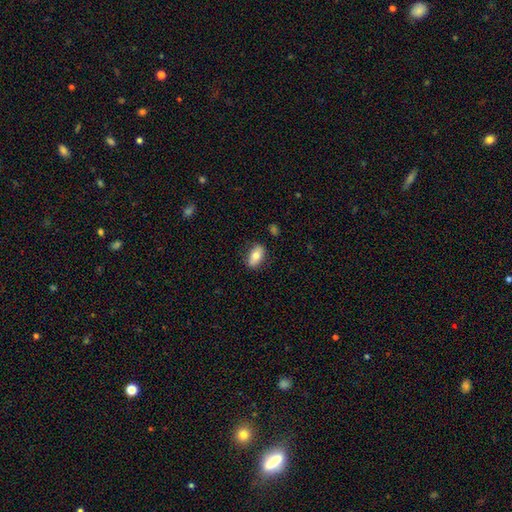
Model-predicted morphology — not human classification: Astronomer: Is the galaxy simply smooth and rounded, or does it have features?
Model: smooth — 73%.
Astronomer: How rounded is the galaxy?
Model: in between — 89%.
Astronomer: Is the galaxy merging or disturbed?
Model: none — 81%.